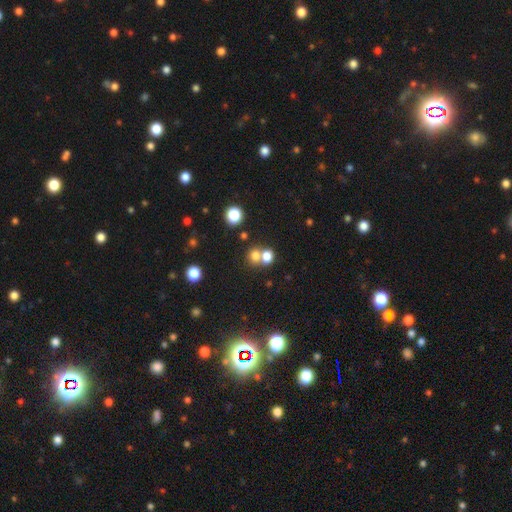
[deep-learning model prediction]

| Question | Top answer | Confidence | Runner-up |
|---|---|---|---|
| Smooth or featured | smooth | 75% | star or artifact (16%) |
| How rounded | round | 71% | in between (28%) |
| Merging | merger | 49% | none (42%) |